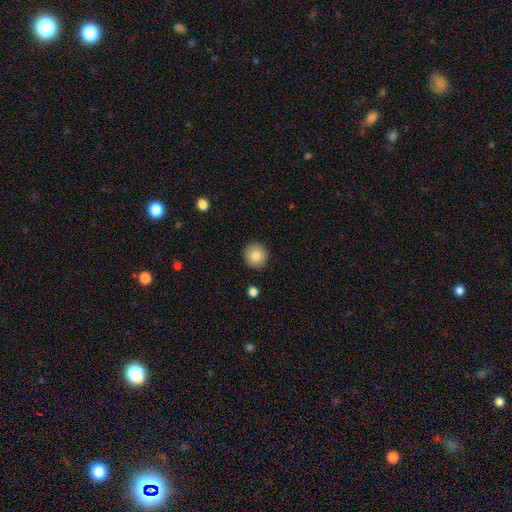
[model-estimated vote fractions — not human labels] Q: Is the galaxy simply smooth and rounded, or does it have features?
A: smooth — 84%.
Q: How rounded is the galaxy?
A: round — 94%.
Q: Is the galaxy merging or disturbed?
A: none — 92%.